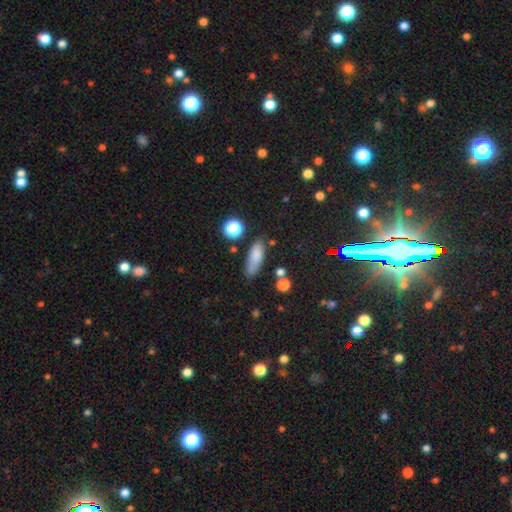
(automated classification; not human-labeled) Overall: smooth (79%). How rounded: in between (58%; cigar-shaped 37%). Merging: none (73%).